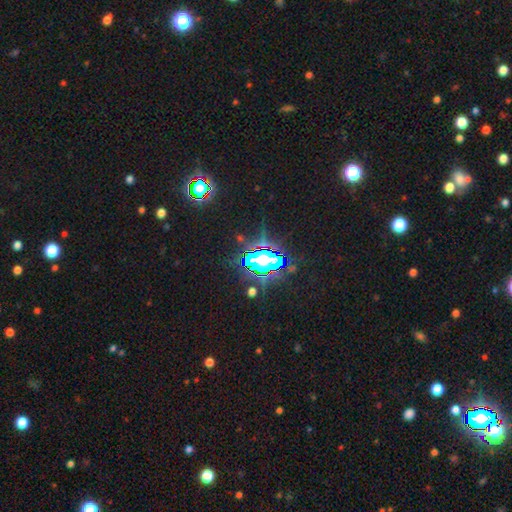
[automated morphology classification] smooth-or-featured: star or artifact: 79% | smooth: 12% | featured or disk: 9%